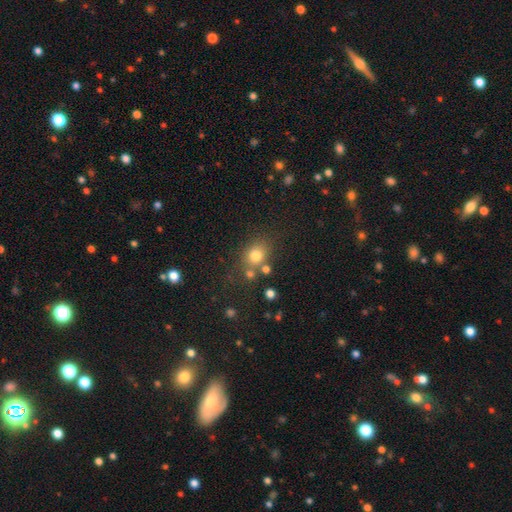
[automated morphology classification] Smooth or featured? Predicted: smooth (p=0.76). How rounded? Predicted: round (p=0.67). Merging? Predicted: none (p=0.65).